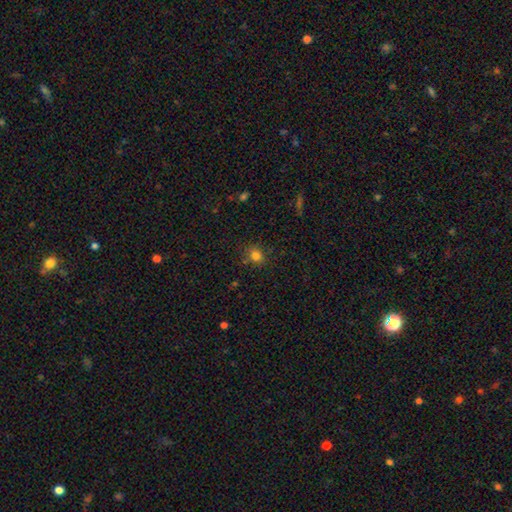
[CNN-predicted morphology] Smooth or featured? smooth (80%)
How rounded? round (72%)
Merging? none (82%)